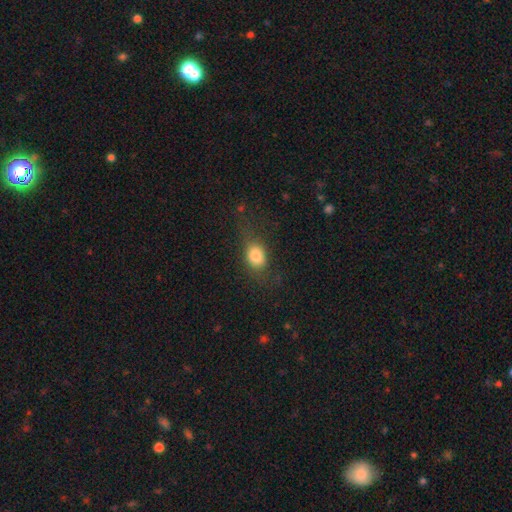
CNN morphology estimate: smooth-or-featured: smooth: 79% | featured or disk: 10% | star or artifact: 10%
  how-rounded: in between: 62% | round: 36% | cigar-shaped: 2%
  merging: none: 58% | minor disturbance: 23% | major disturbance: 17% | merger: 2%